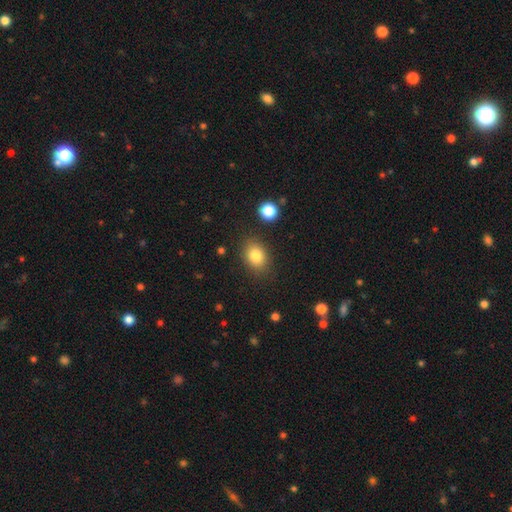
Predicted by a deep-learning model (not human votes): Smooth or featured?
  - smooth: 82% *
  - star or artifact: 10%
  - featured or disk: 8%
How rounded?
  - in between: 65% *
  - round: 33%
  - cigar-shaped: 1%
Merging?
  - none: 83% *
  - minor disturbance: 11%
  - major disturbance: 4%
  - merger: 3%